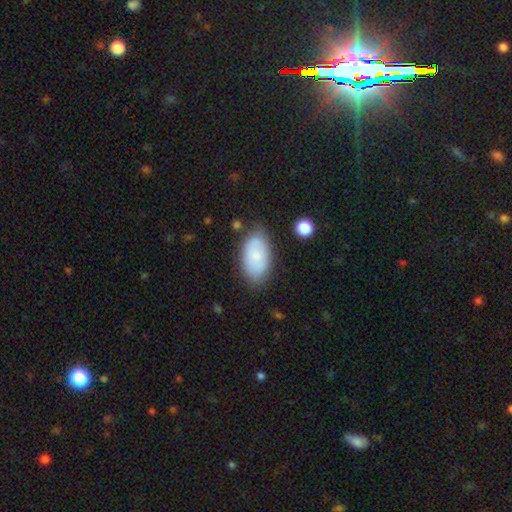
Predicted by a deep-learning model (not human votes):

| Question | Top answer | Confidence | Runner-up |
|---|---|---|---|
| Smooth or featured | smooth | 72% | featured or disk (21%) |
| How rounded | in between | 94% | round (4%) |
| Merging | none | 73% | minor disturbance (19%) |